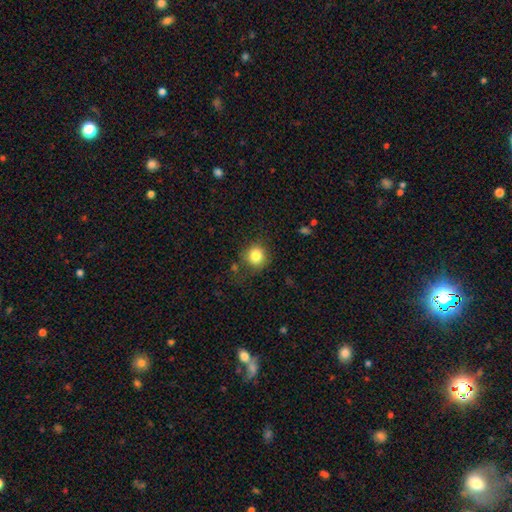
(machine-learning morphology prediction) A smooth galaxy with no disk features (83%) that is round (89%). Merging: none (79%).